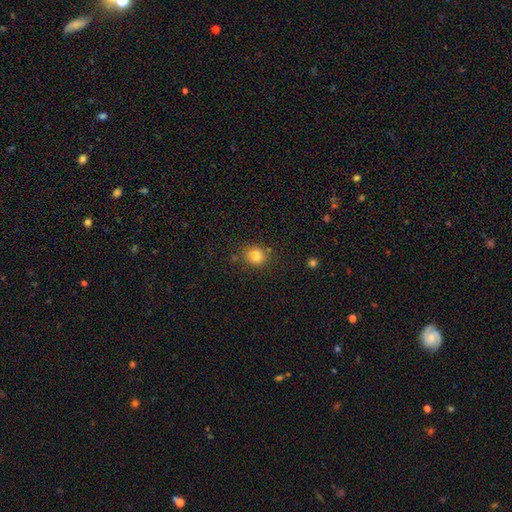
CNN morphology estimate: Overall: smooth (82%). How rounded: round (79%). Merging: none (82%).